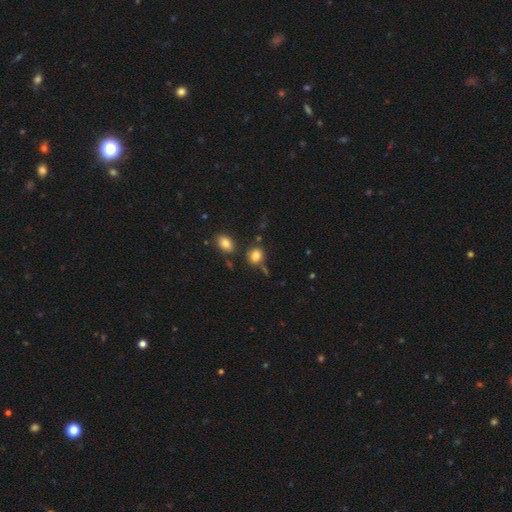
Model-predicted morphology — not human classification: smooth_or_featured: smooth (p=0.83) [alt: star or artifact p=0.11]
how_rounded: round (p=0.61) [alt: in between p=0.38]
merging: none (p=0.71) [alt: minor disturbance p=0.14]